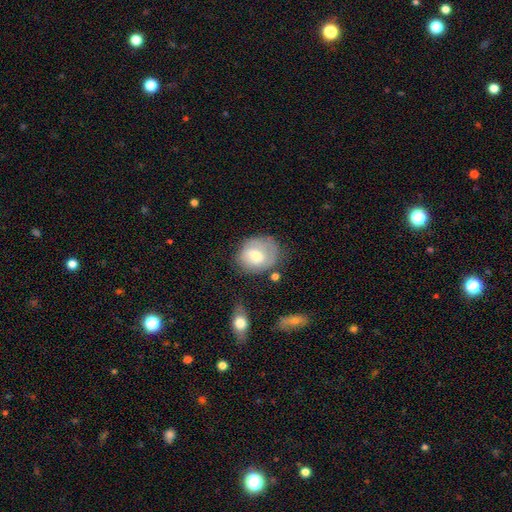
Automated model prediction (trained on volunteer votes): smooth 62%, featured or disk 31%, star or artifact 7%. Down the decision tree: how rounded — round (65%); merging — none (61%).